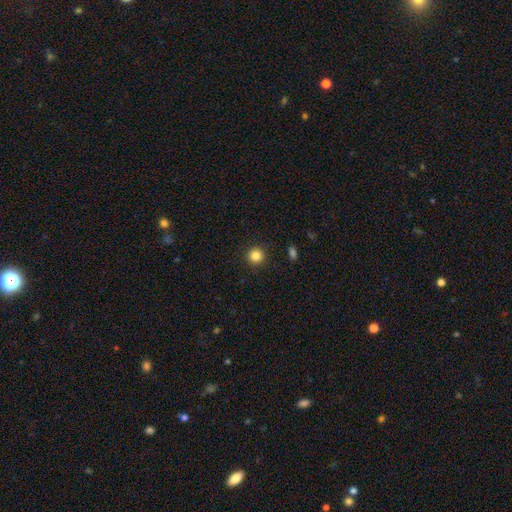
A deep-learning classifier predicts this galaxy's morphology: The model was most divided on "smooth or featured": smooth: 85%, star or artifact: 11%, featured or disk: 4%. More confident: how rounded — round (95%); merging — none (92%).